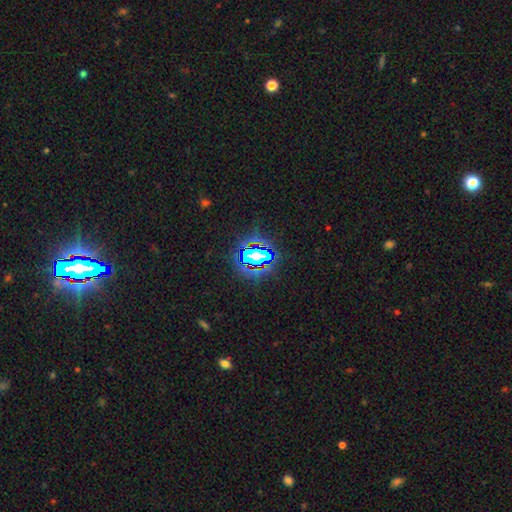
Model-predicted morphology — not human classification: Smooth or featured? Predicted: star or artifact (p=0.69).